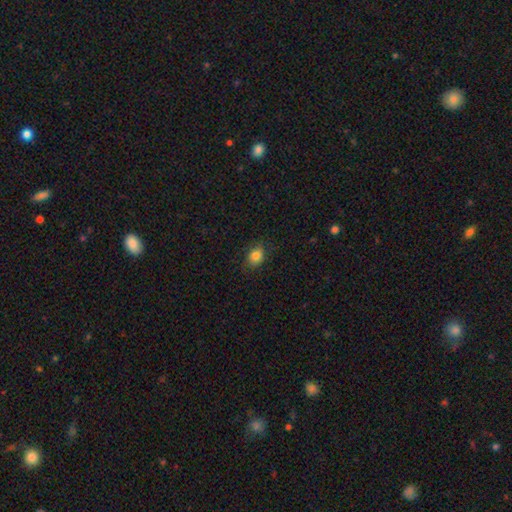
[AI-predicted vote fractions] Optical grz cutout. It shows a smooth galaxy with no disk features (83%) that is in between round and cigar-shaped (60%). Merging: none (80%).